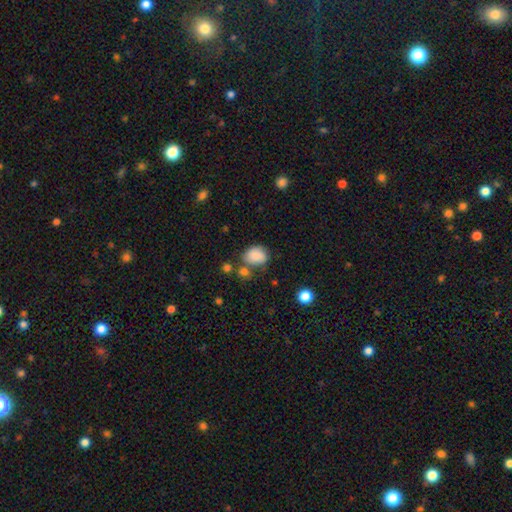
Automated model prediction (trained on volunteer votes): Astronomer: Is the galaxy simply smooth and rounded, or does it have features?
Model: smooth — 85%.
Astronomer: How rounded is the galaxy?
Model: in between — 59% (runner-up: round, 40%).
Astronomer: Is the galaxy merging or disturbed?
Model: none — 57%.